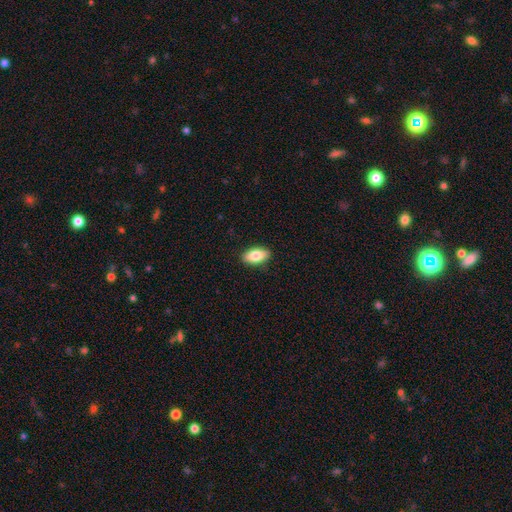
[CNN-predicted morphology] This is clearly a smooth galaxy (82%). How rounded: clearly in between (91%). Merging: clearly none (89%).